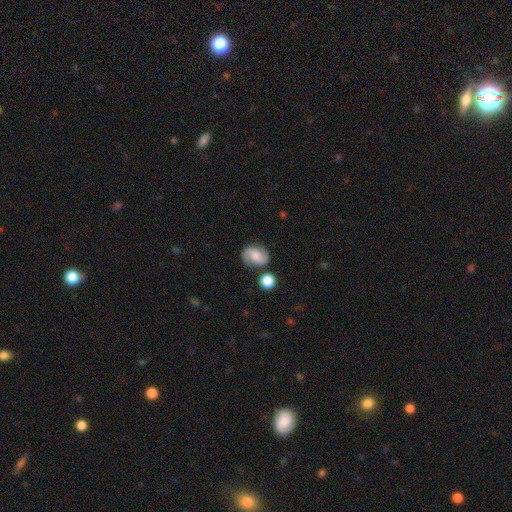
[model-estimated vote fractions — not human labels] The model was most divided on "bulge size": moderate: 31%, small: 28%, none: 26%, large: 12%, dominant: 3%. Remaining: edge-on disk — no (98%); spiral arms — yes (95%); spiral arm count — 2 (92%); merging — none (75%); smooth or featured — featured or disk (68%); bar — no (52%); spiral winding — medium (46%).